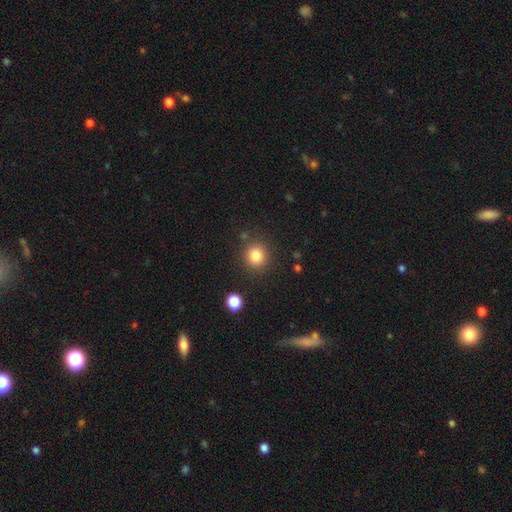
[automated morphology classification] Smooth or featured? Predicted: smooth (p=0.83). How rounded? Predicted: round (p=0.90). Merging? Predicted: none (p=0.85).